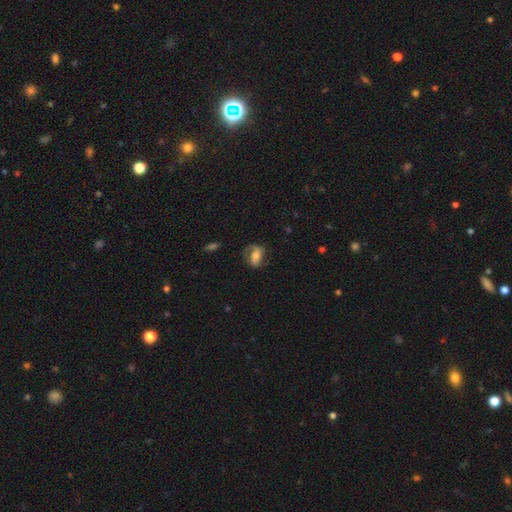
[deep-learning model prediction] Smooth or featured? featured or disk (52%)
Edge-on disk? no (94%)
Merging? none (54%)